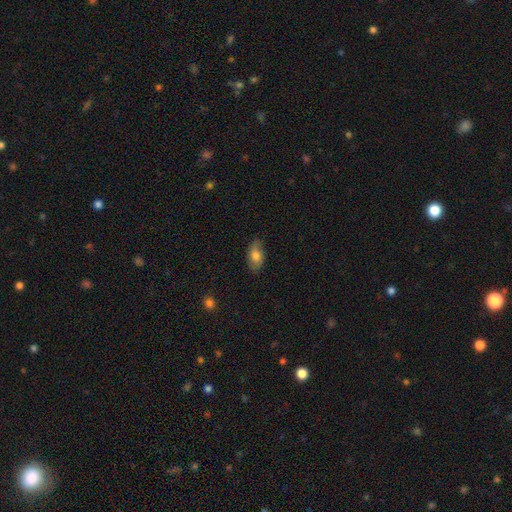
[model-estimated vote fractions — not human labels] Smooth or featured? Predicted: smooth (p=0.75). How rounded? Predicted: in between (p=0.92). Merging? Predicted: none (p=0.81).